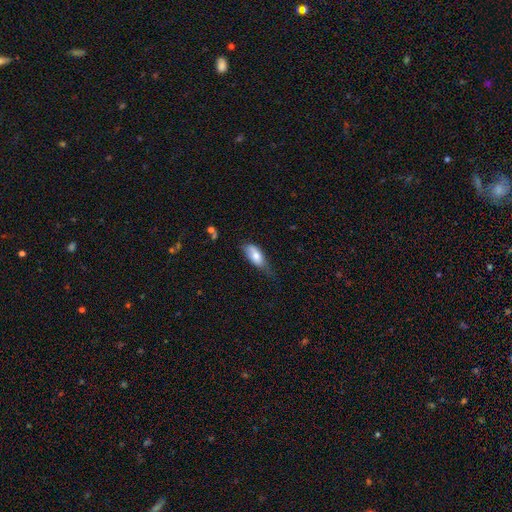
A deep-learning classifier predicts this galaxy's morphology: A smooth galaxy with no disk features (73%) that is in between round and cigar-shaped (84%).

Vote fractions:
- Smooth or featured? smooth: 73% / featured or disk: 20% / star or artifact: 7%
- How rounded? in between: 84% / cigar-shaped: 14% / round: 3%
- Merging? minor disturbance: 42% / none: 41% / major disturbance: 15% / merger: 2%